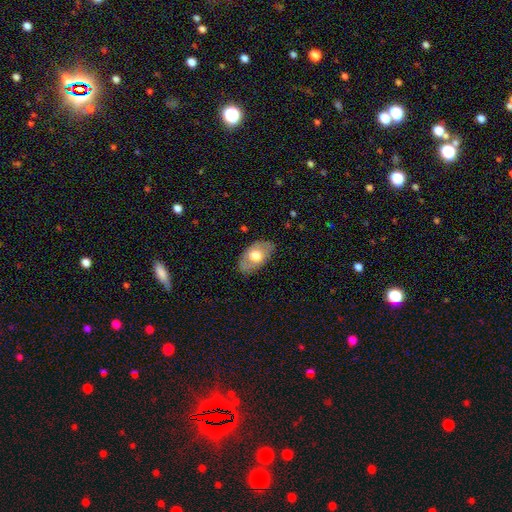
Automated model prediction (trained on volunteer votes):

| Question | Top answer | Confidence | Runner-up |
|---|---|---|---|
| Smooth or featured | smooth | 55% | featured or disk (39%) |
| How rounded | in between | 90% | round (8%) |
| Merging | none | 78% | minor disturbance (16%) |